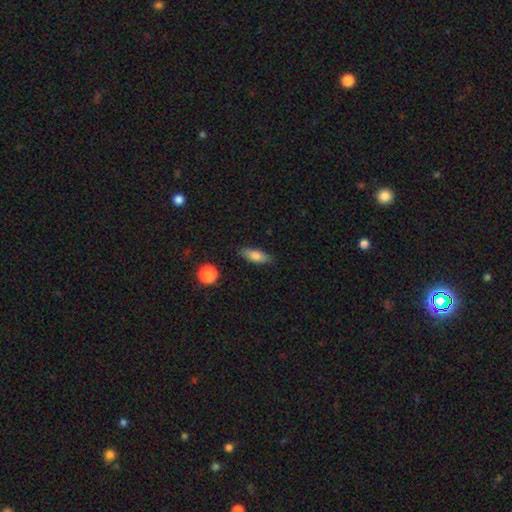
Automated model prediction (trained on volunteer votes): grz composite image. It shows a smooth galaxy with no disk features (78%) that is in between round and cigar-shaped (68%). Merging: none (84%).